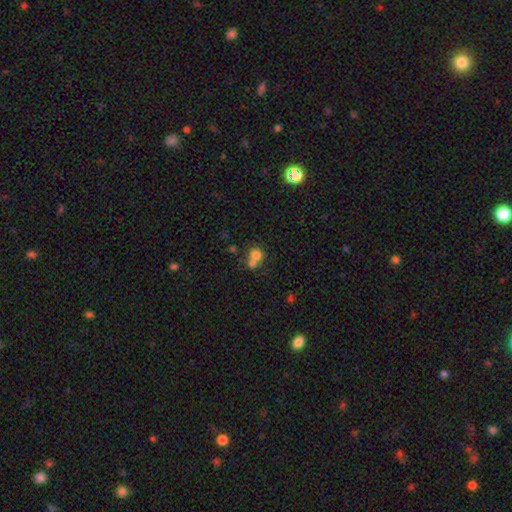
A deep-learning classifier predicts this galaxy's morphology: Smooth or featured: smooth — 73% (featured or disk — 14%)
How rounded: round — 79% (in between — 20%)
Merging: merger — 53% (none — 36%)